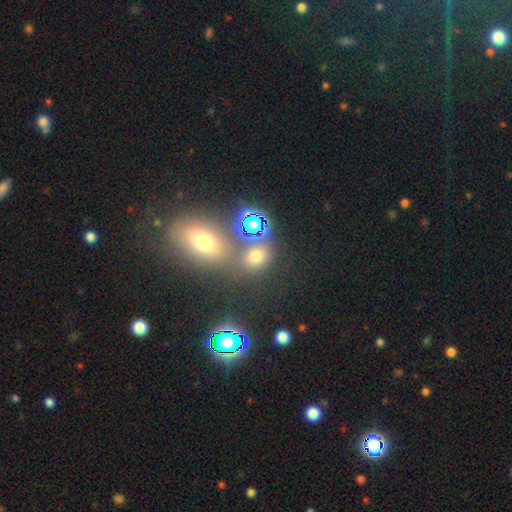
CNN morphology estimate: smooth_or_featured: smooth (p=0.59) [alt: star or artifact p=0.32]
how_rounded: round (p=0.60) [alt: in between p=0.38]
merging: none (p=0.67) [alt: merger p=0.19]